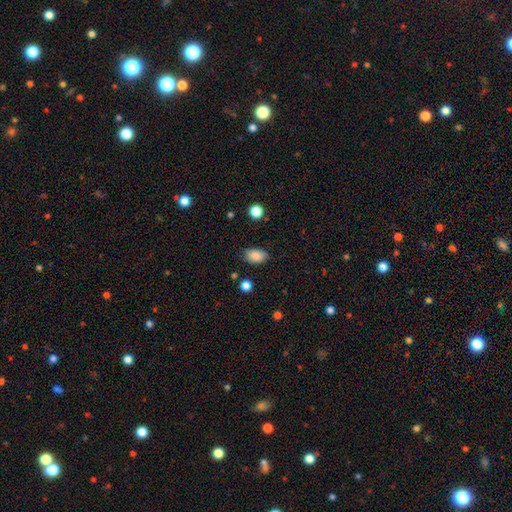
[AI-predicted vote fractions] Q: Smooth or featured?
A: smooth (87%); runner-up: star or artifact (8%)
Q: How rounded?
A: in between (88%); runner-up: round (11%)
Q: Merging?
A: none (79%); runner-up: minor disturbance (16%)